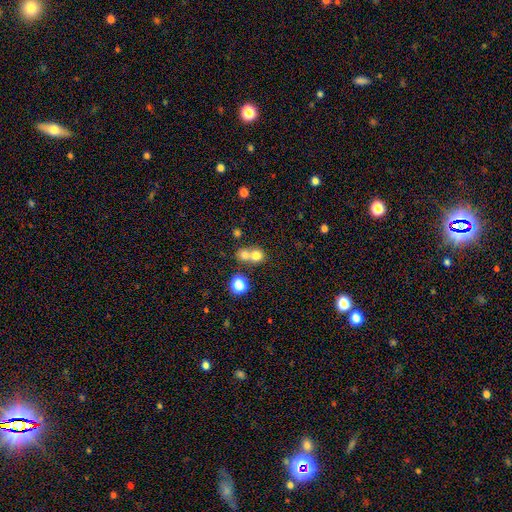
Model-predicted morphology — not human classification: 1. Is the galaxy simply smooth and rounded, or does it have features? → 75% smooth, 15% star or artifact, 11% featured or disk.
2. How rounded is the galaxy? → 84% round, 15% in between, 1% cigar-shaped.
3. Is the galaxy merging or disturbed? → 54% merger, 39% none, 5% minor disturbance, 2% major disturbance.